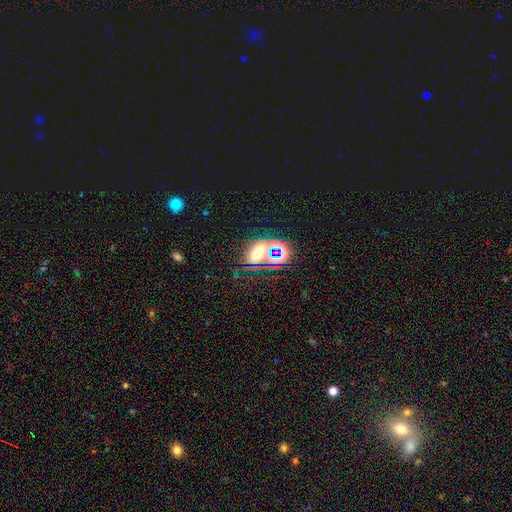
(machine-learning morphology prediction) The model was most divided on "smooth or featured": star or artifact: 45%, smooth: 36%, featured or disk: 19%.